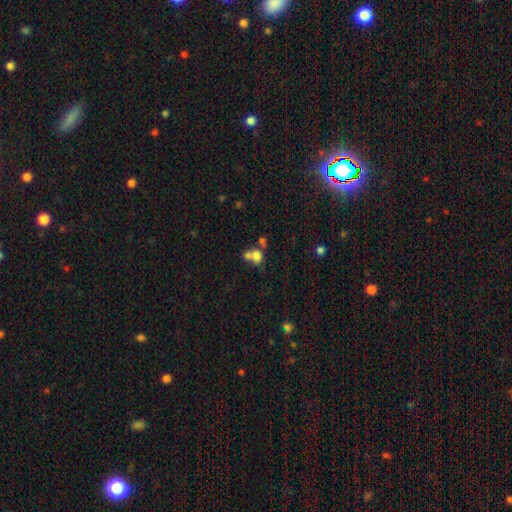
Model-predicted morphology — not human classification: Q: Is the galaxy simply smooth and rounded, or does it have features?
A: smooth — 71%.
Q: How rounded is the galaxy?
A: round — 60%.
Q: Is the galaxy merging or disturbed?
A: merger — 57%.